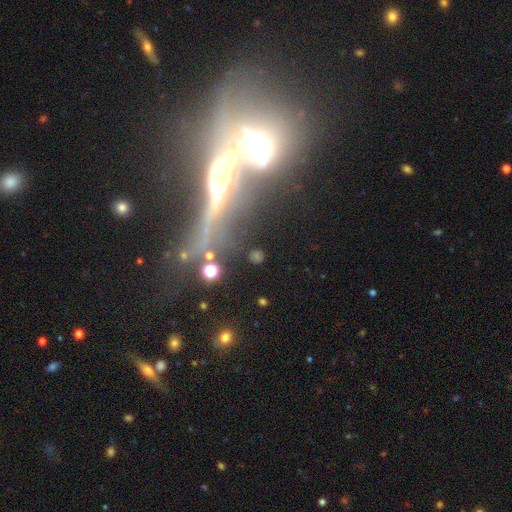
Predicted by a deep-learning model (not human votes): This is marginally a featured or disk galaxy (41%). Merging: possibly none (50%).